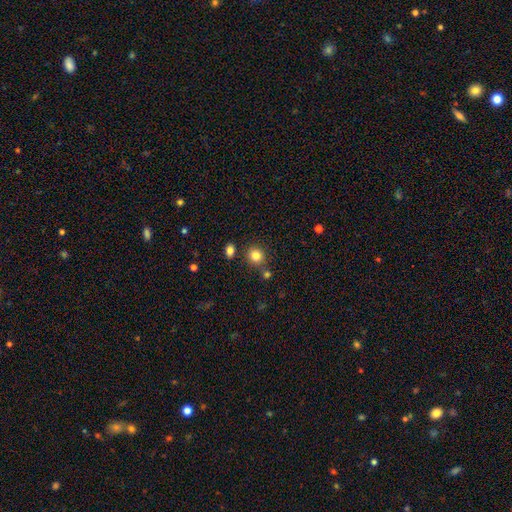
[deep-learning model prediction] Smooth or featured? smooth (83%)
How rounded? round (85%)
Merging? none (80%)